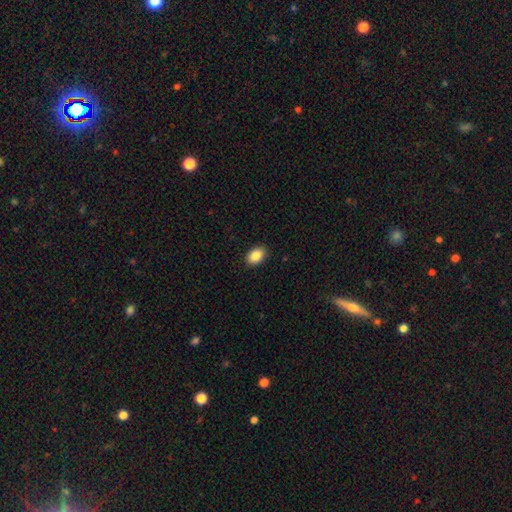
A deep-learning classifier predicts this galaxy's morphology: smooth_or_featured: smooth (p=0.87) [alt: star or artifact p=0.08]
how_rounded: in between (p=0.84) [alt: round p=0.15]
merging: none (p=0.90) [alt: minor disturbance p=0.07]